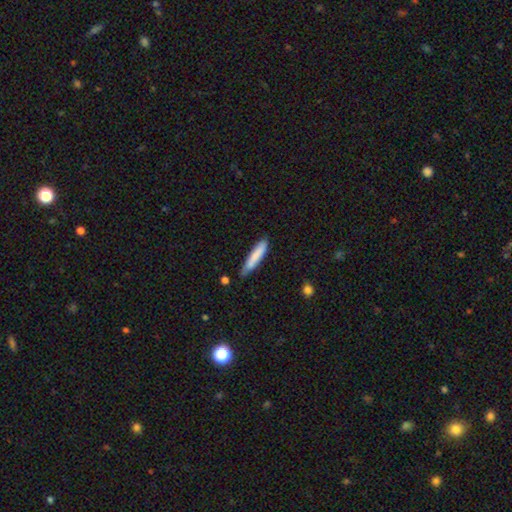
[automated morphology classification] smooth-or-featured: smooth: 81% | featured or disk: 13% | star or artifact: 6%
  how-rounded: cigar-shaped: 88% | in between: 11% | round: 1%
  merging: none: 66% | minor disturbance: 26% | major disturbance: 4% | merger: 3%